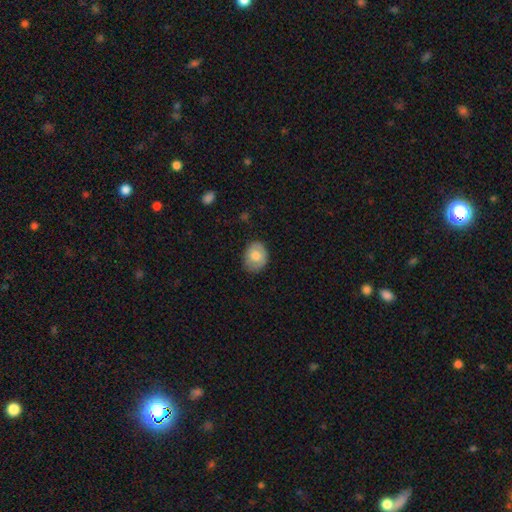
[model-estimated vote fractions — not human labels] Morphology: type=smooth (72%); roundness=in between (52%); merging=none (79%).